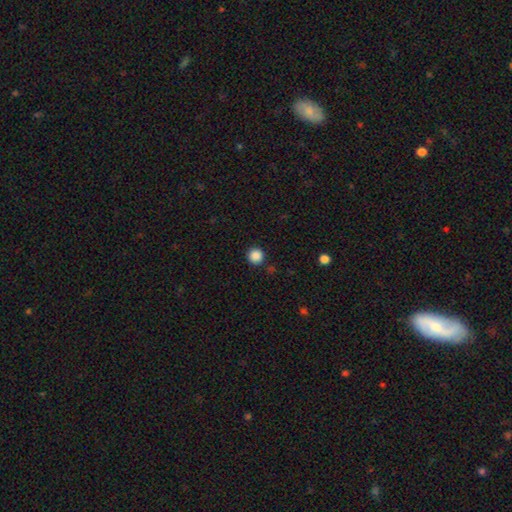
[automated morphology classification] Smooth or featured? smooth (87%)
How rounded? round (95%)
Merging? none (91%)